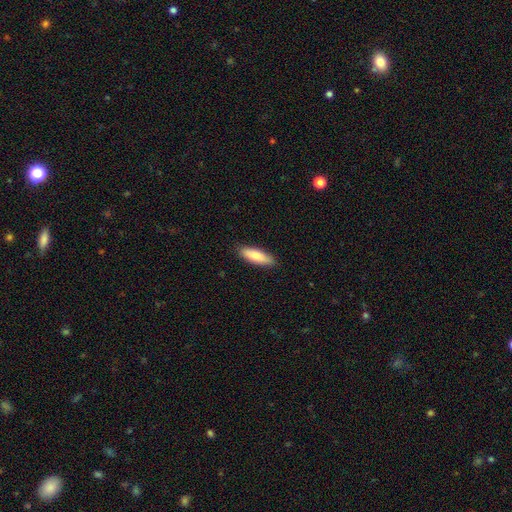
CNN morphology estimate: A smooth galaxy with no disk features (81%) that is cigar-shaped (50%).

Vote fractions:
- Smooth or featured? smooth: 81% / featured or disk: 13% / star or artifact: 6%
- How rounded? cigar-shaped: 50% / in between: 48% / round: 2%
- Merging? none: 88% / minor disturbance: 9% / major disturbance: 2% / merger: 1%